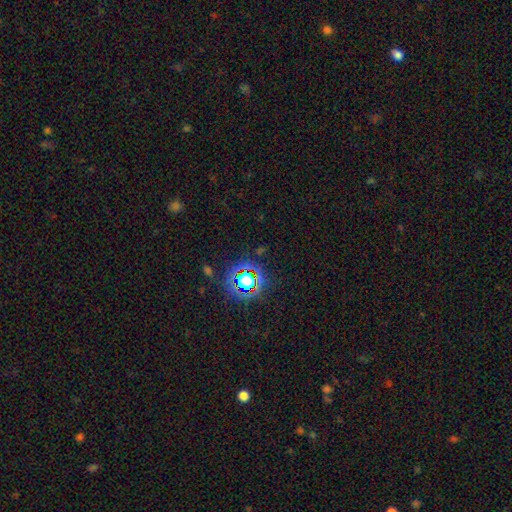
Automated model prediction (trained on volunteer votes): This is likely a star or artifact rather than a galaxy (78%).